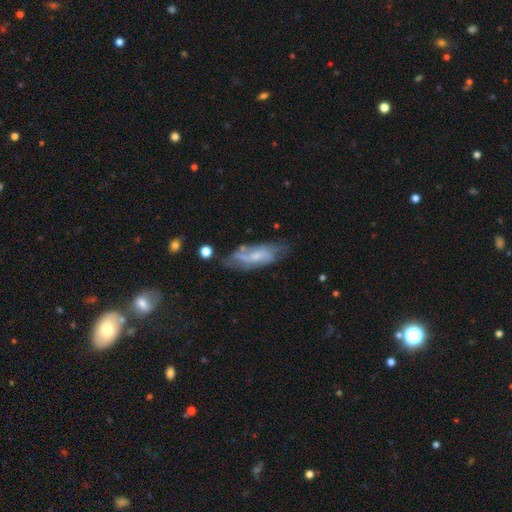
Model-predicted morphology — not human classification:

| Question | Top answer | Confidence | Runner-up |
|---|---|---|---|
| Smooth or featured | featured or disk | 63% | smooth (29%) |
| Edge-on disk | no | 82% | yes (18%) |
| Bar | no | 52% | weak (39%) |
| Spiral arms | yes | 79% | no (21%) |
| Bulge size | small | 51% | moderate (32%) |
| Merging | none | 58% | minor disturbance (26%) |